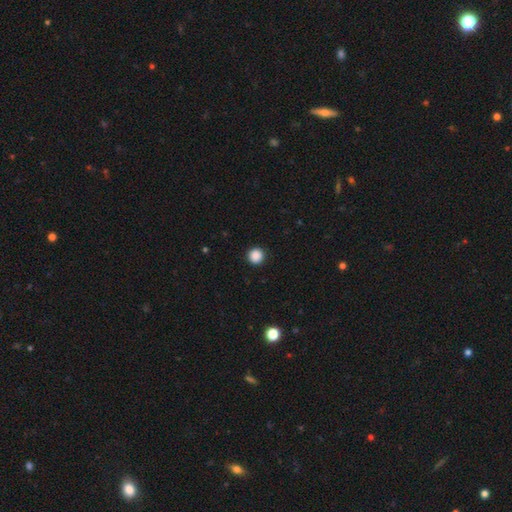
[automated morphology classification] smooth-or-featured: smooth: 88% | star or artifact: 9% | featured or disk: 2%
  how-rounded: round: 95% | in between: 4% | cigar-shaped: 1%
  merging: none: 93% | minor disturbance: 5% | major disturbance: 2% | merger: 1%